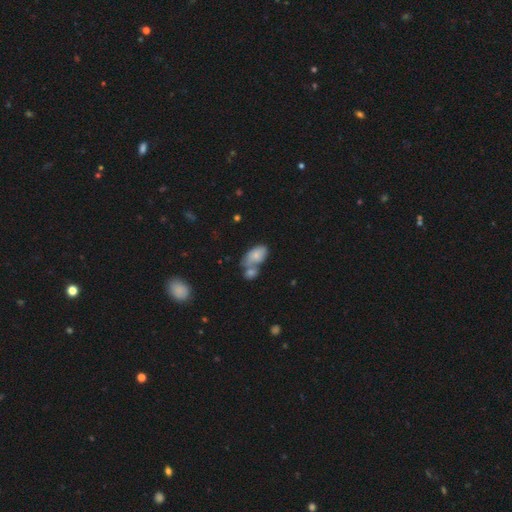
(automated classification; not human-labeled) This appears to be a smooth galaxy with no disk features (73%) that is in between round and cigar-shaped (91%). Merging: merger (52%).